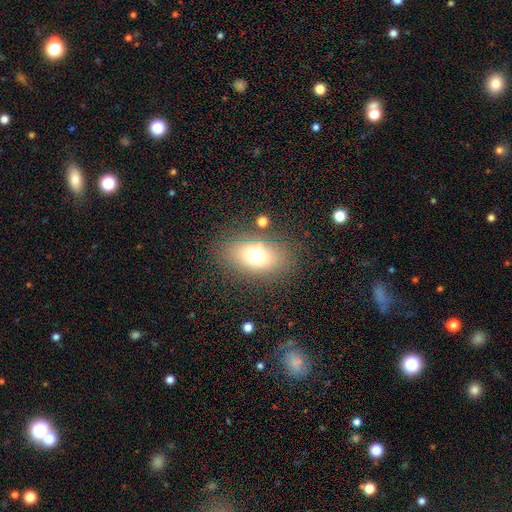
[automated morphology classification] This appears to be a smooth galaxy with no disk features (69%) that is in between round and cigar-shaped (78%). Merging: none (79%).